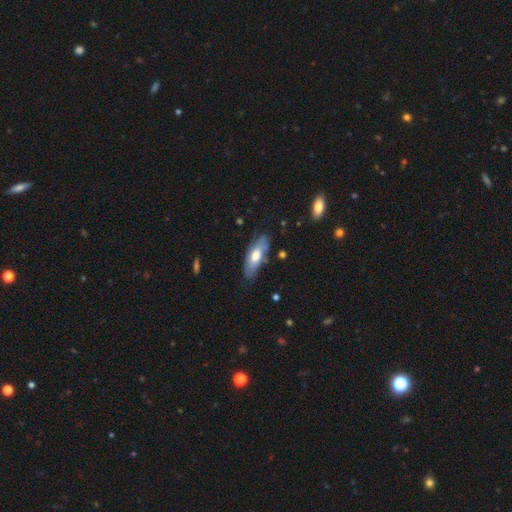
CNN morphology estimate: Smooth or featured?
  - smooth: 54% *
  - featured or disk: 40%
  - star or artifact: 6%
How rounded?
  - in between: 75% *
  - cigar-shaped: 23%
  - round: 2%
Merging?
  - none: 72% *
  - minor disturbance: 21%
  - major disturbance: 5%
  - merger: 2%